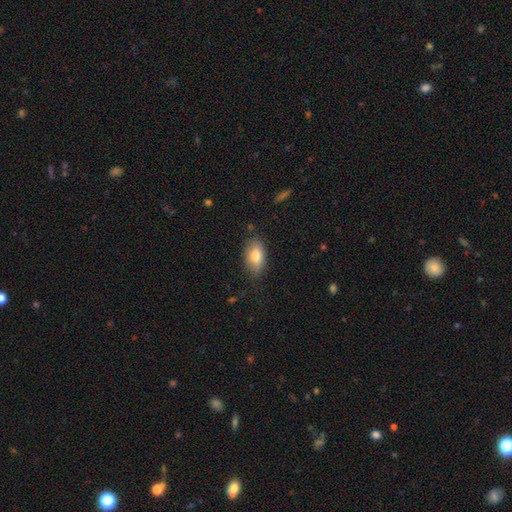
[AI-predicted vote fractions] smooth_or_featured: smooth (p=0.79) [alt: featured or disk p=0.14]
how_rounded: in between (p=0.90) [alt: round p=0.05]
merging: none (p=0.76) [alt: minor disturbance p=0.19]